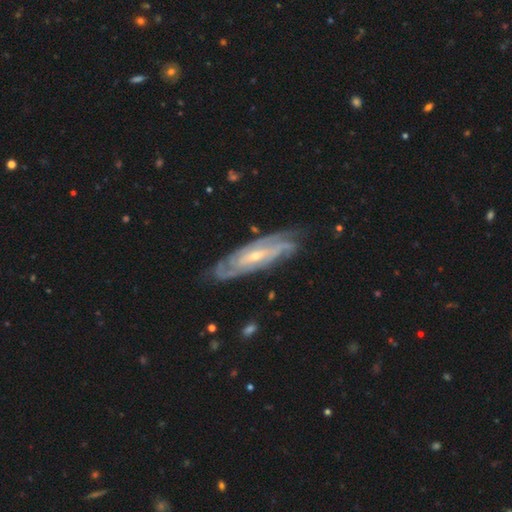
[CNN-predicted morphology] Smooth or featured? Predicted: featured or disk (p=0.89). Edge-on disk? Predicted: no (p=0.87). Bar? Predicted: no (p=0.41). Spiral arms? Predicted: yes (p=0.97). Spiral winding? Predicted: tight (p=0.69). Spiral arm count? Predicted: 2 (p=0.31). Bulge size? Predicted: small (p=0.66). Merging? Predicted: none (p=0.79).